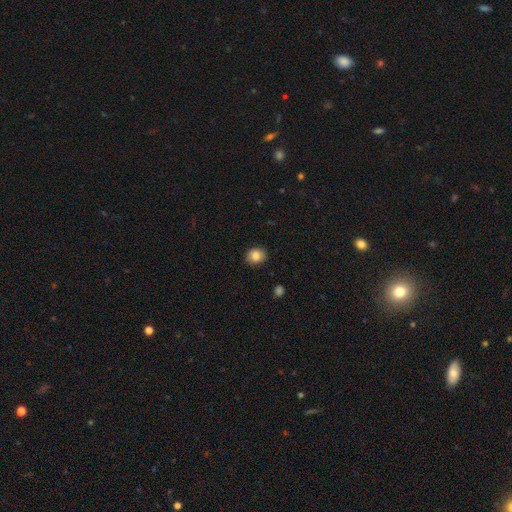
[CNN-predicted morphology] Smooth or featured? Predicted: smooth (p=0.84). How rounded? Predicted: round (p=0.67). Merging? Predicted: none (p=0.86).